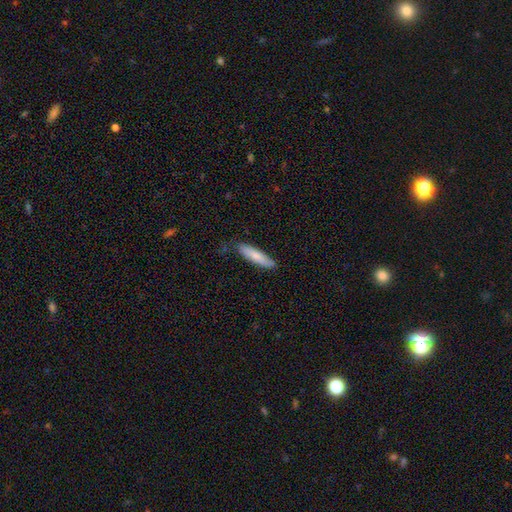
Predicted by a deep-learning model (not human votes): The model was most divided on "how rounded": cigar-shaped: 76%, in between: 23%, round: 1%. More confident: merging — none (81%); smooth or featured — smooth (77%).